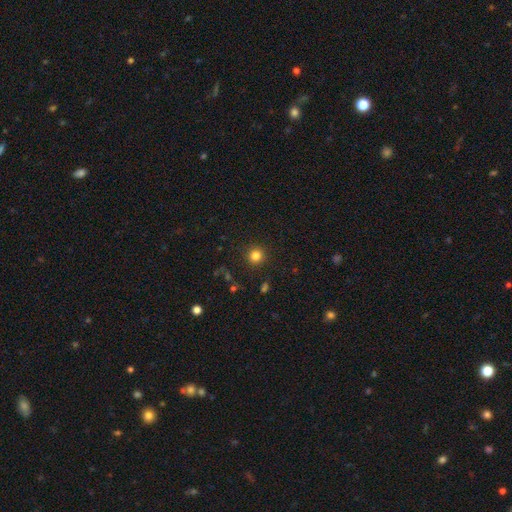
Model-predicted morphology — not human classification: Q: Smooth or featured?
A: smooth (82%); runner-up: star or artifact (13%)
Q: How rounded?
A: round (93%); runner-up: in between (6%)
Q: Merging?
A: none (90%); runner-up: minor disturbance (6%)